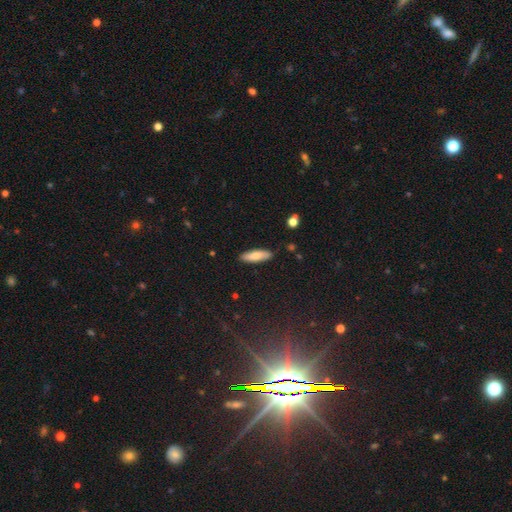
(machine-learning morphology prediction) smooth-or-featured: smooth: 77% | featured or disk: 17% | star or artifact: 6%
  how-rounded: cigar-shaped: 55% | in between: 43% | round: 2%
  merging: none: 88% | minor disturbance: 9% | major disturbance: 2% | merger: 1%